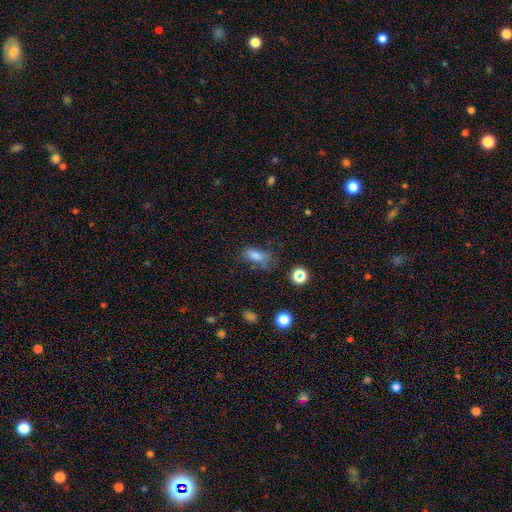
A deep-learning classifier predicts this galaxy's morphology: type=smooth (74%); roundness=in between (77%); merging=none (50%).